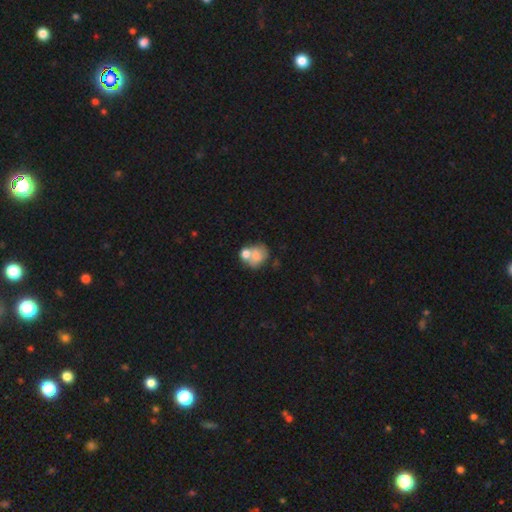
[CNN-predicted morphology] A smooth galaxy with no disk features (65%) that is round (58%).

Vote fractions:
- Smooth or featured? smooth: 65% / featured or disk: 26% / star or artifact: 9%
- How rounded? round: 58% / in between: 40% / cigar-shaped: 1%
- Merging? merger: 47% / none: 31% / minor disturbance: 14% / major disturbance: 8%